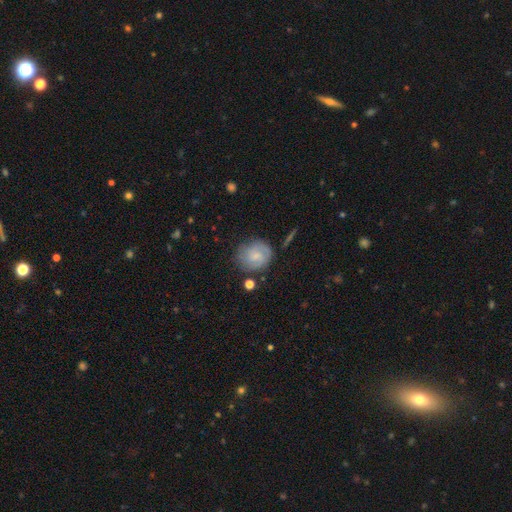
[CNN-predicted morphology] smooth 46% (tied), featured or disk 46% (tied), star or artifact 8%. Down the decision tree: merging — none (73%).